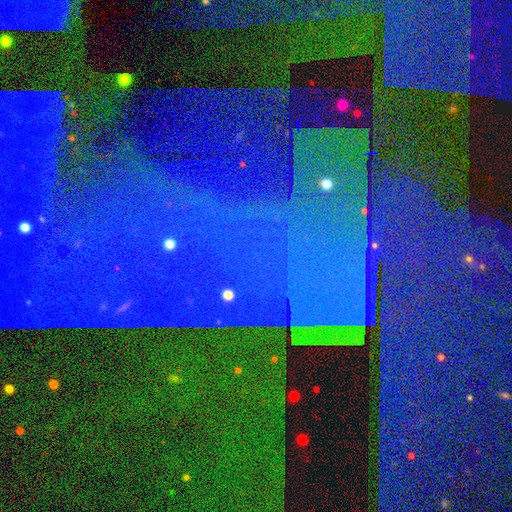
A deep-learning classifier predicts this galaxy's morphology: A star or artifact, not a galaxy (87%).